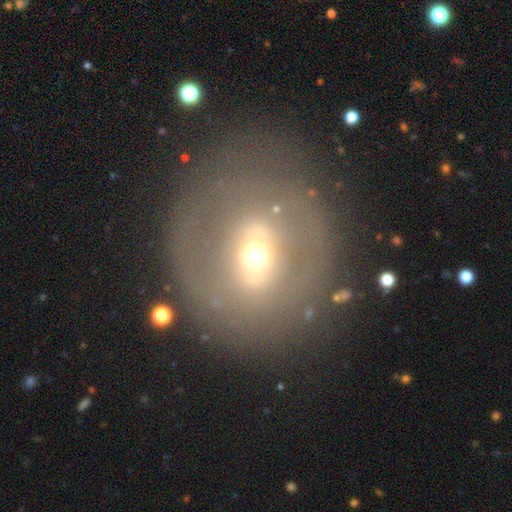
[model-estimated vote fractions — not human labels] This appears to be a featured or disk galaxy (54%). Merging: none (73%).